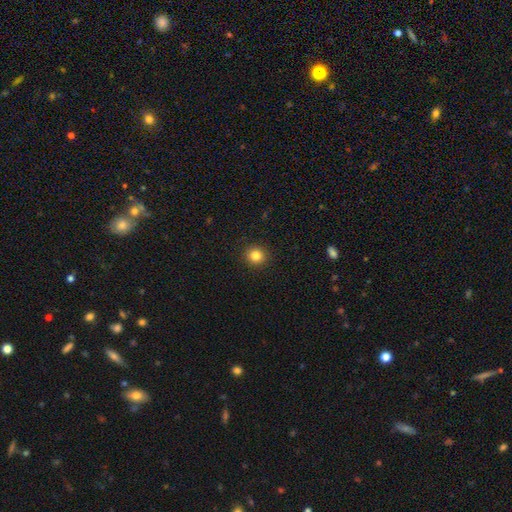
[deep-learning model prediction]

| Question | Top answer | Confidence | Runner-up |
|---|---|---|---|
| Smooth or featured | smooth | 84% | star or artifact (11%) |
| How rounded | round | 90% | in between (9%) |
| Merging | none | 92% | minor disturbance (5%) |